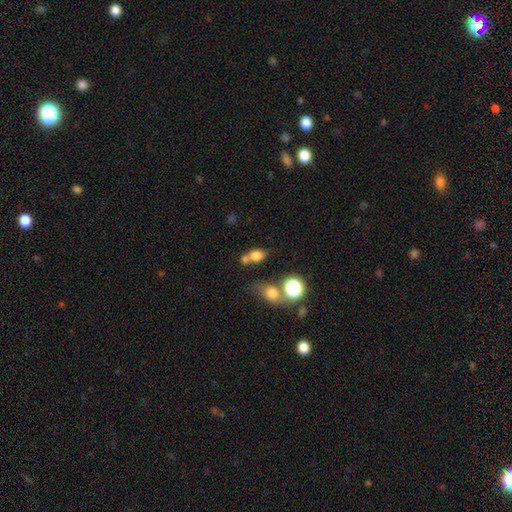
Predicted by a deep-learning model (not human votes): A smooth galaxy with no disk features (75%) that is in between round and cigar-shaped (61%). Merging: none (44%).